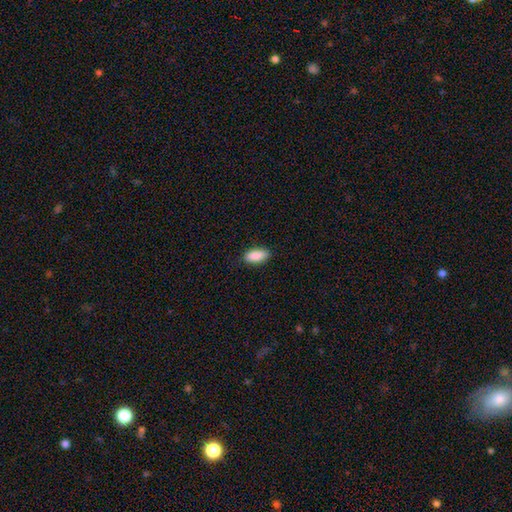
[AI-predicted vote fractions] This appears to be a smooth galaxy with no disk features (89%) that is in between round and cigar-shaped (88%). Merging: none (86%).